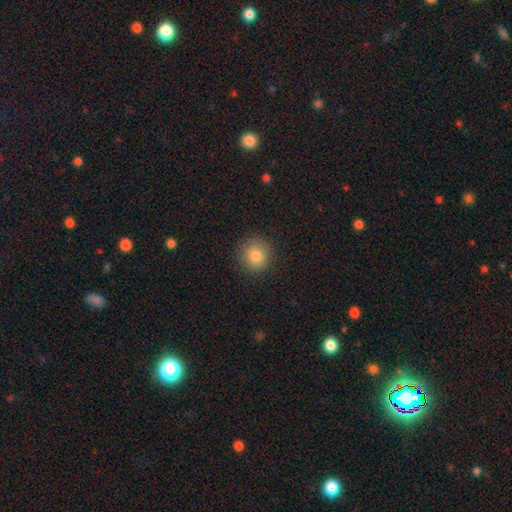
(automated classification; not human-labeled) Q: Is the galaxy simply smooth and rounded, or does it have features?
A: smooth — 83%.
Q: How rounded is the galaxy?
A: round — 90%.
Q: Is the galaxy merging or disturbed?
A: none — 89%.